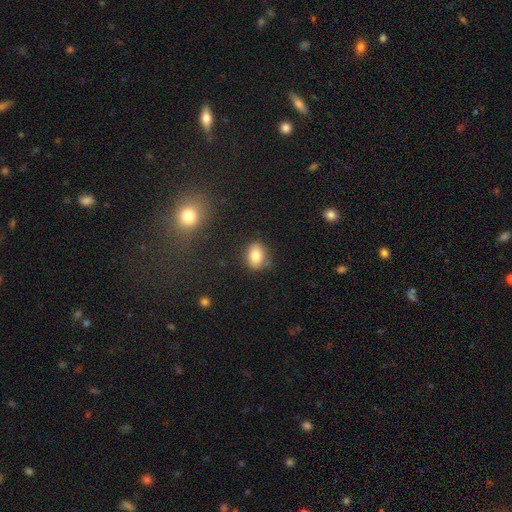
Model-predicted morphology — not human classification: type=smooth (81%); roundness=in between (60%); merging=none (75%).